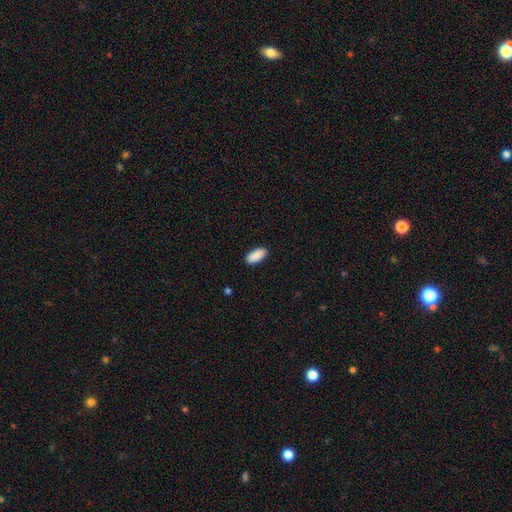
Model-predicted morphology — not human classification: smooth_or_featured: smooth (p=0.91) [alt: star or artifact p=0.06]
how_rounded: in between (p=0.87) [alt: cigar-shaped p=0.11]
merging: none (p=0.89) [alt: minor disturbance p=0.08]